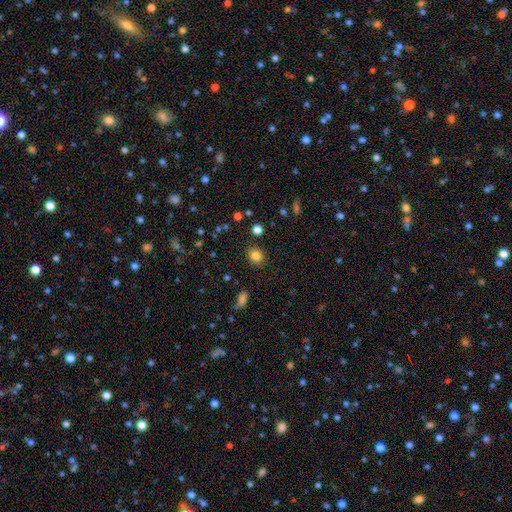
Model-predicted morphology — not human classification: Q: Smooth or featured?
A: smooth (83%); runner-up: star or artifact (12%)
Q: How rounded?
A: round (72%); runner-up: in between (27%)
Q: Merging?
A: none (87%); runner-up: minor disturbance (8%)